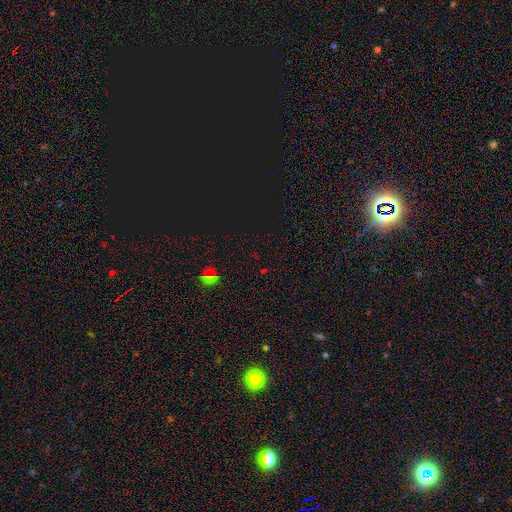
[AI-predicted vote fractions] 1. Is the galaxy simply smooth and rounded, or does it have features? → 77% star or artifact, 17% smooth, 7% featured or disk.